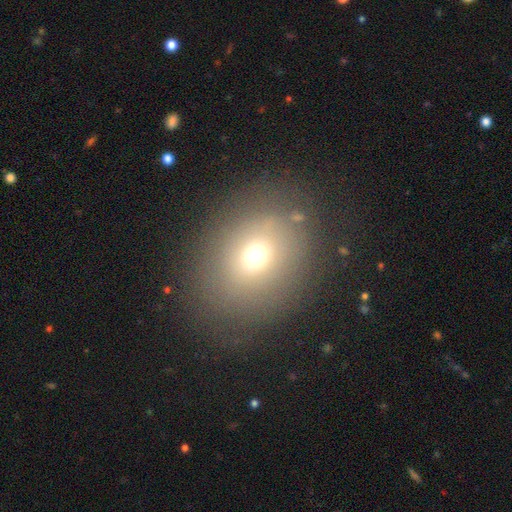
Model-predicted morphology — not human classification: The model was most divided on "how rounded": round: 58%, in between: 41%, cigar-shaped: 1%. More confident: merging — none (78%); smooth or featured — smooth (65%).